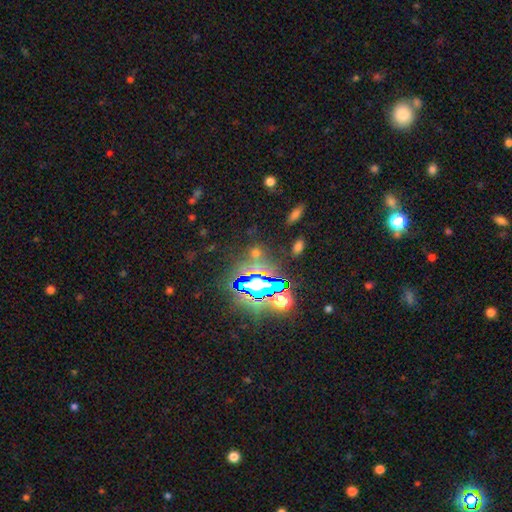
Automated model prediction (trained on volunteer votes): Morphology: type=star or artifact (73%).